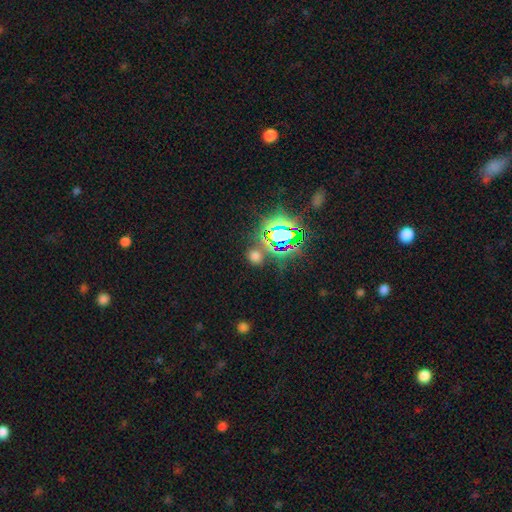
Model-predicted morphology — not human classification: This appears to be a smooth galaxy with no disk features (51%) that is round (70%). Merging: none (78%).